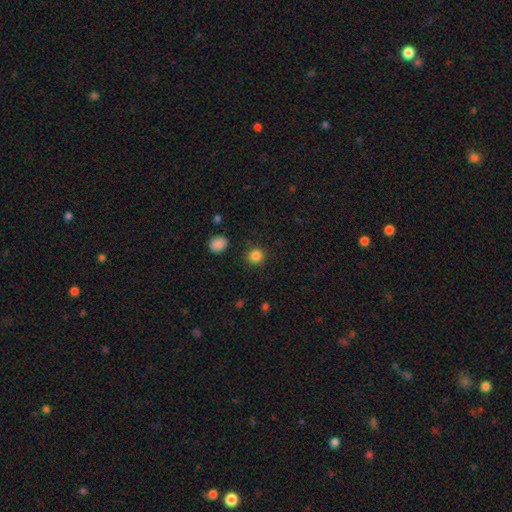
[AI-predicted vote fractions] A smooth galaxy with no disk features (85%) that is round (92%). Merging: none (90%).